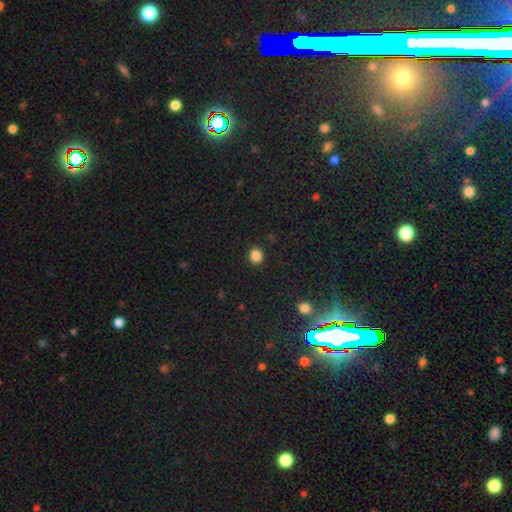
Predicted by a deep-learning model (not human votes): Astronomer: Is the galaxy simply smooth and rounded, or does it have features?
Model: smooth — 85%.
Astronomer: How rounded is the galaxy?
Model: round — 73%.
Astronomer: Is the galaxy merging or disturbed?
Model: none — 91%.